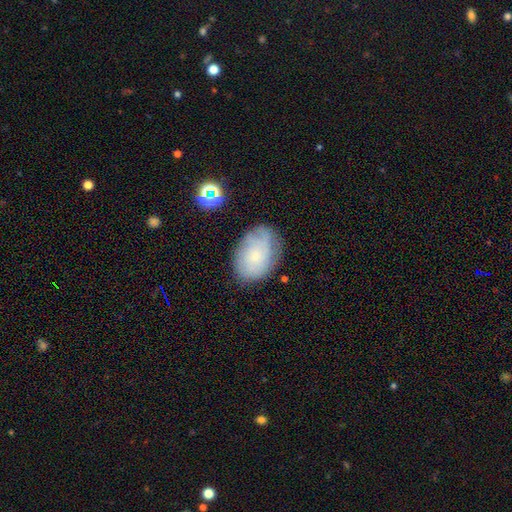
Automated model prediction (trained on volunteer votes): smooth-or-featured: smooth: 55% | featured or disk: 36% | star or artifact: 10%
  how-rounded: in between: 82% | round: 17% | cigar-shaped: 1%
  merging: none: 66% | minor disturbance: 24% | major disturbance: 8% | merger: 2%